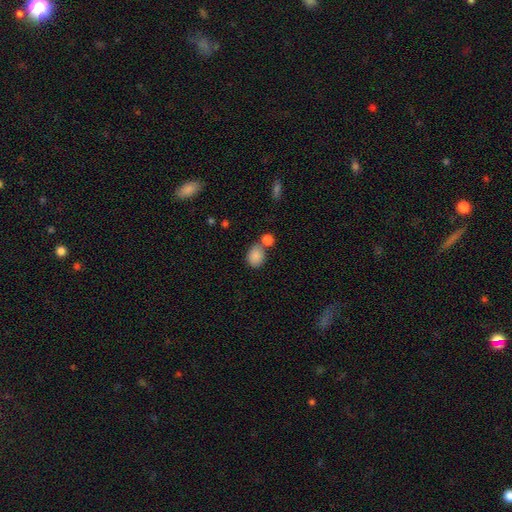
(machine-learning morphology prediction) smooth-or-featured: smooth: 87% | star or artifact: 8% | featured or disk: 5%
  how-rounded: round: 51% | in between: 47% | cigar-shaped: 1%
  merging: none: 58% | merger: 26% | minor disturbance: 12% | major disturbance: 4%